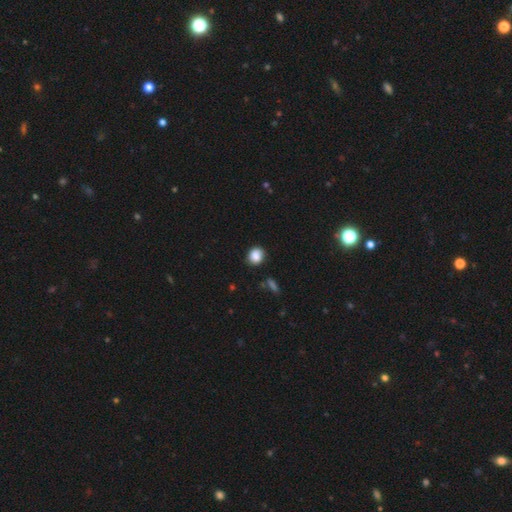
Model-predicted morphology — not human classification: A smooth galaxy with no disk features (85%) that is round (72%).

Vote fractions:
- Smooth or featured? smooth: 85% / star or artifact: 9% / featured or disk: 6%
- How rounded? round: 72% / in between: 27% / cigar-shaped: 1%
- Merging? none: 84% / minor disturbance: 12% / major disturbance: 3% / merger: 2%